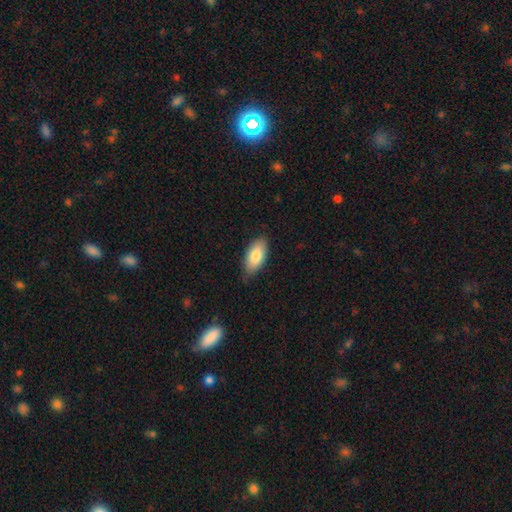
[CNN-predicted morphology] Smooth or featured? smooth (82%)
How rounded? in between (92%)
Merging? none (77%)